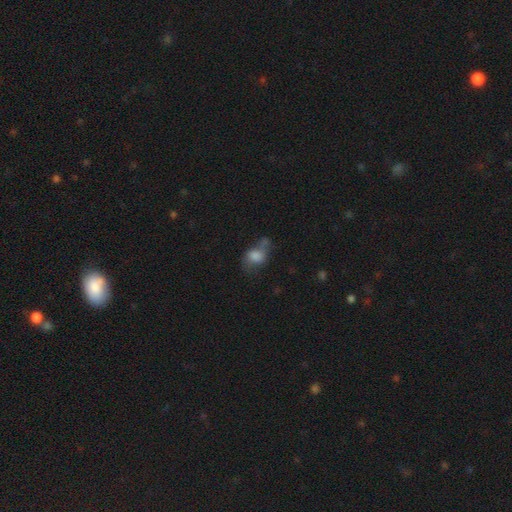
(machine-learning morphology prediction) smooth 68%, featured or disk 20%, star or artifact 11%. Down the decision tree: how rounded — in between (60%); merging — none (31%).